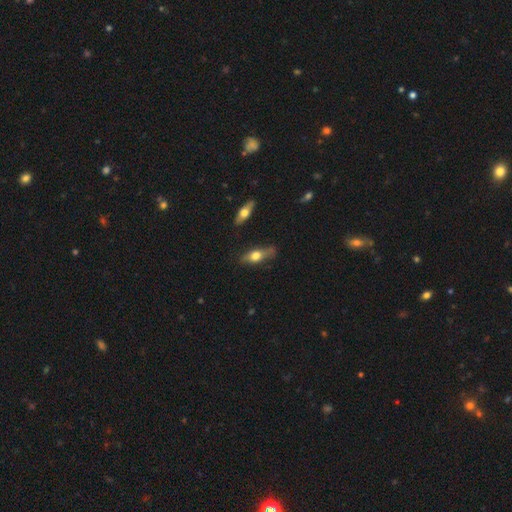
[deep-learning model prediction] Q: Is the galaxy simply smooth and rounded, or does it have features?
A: featured or disk — 47%.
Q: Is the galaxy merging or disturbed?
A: none — 72%.